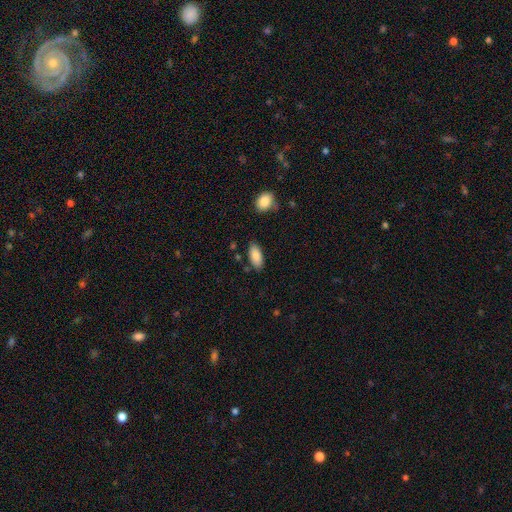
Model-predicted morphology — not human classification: This appears to be a smooth galaxy with no disk features (87%) that is in between round and cigar-shaped (88%). Merging: none (82%).